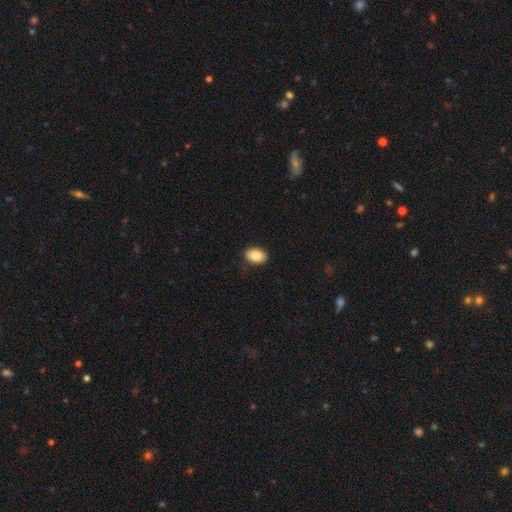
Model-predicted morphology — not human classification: Smooth or featured: smooth — 88% (star or artifact — 7%)
How rounded: in between — 87% (round — 11%)
Merging: none — 85% (minor disturbance — 11%)